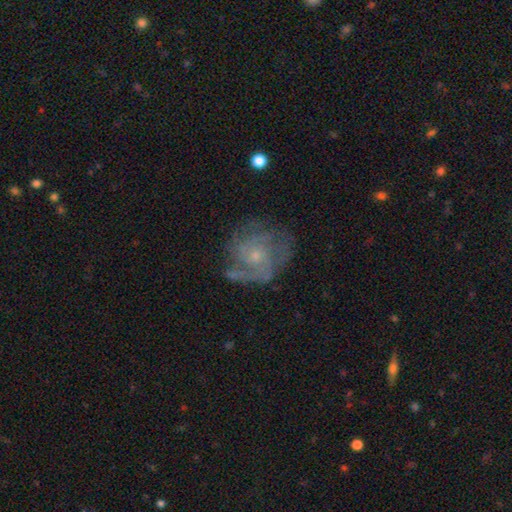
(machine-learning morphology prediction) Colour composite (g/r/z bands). It shows a featured or disk galaxy (78%) with no bar (78%), tight (47%) spiral arms (90%) and a small central bulge (71%). Merging: none (61%).